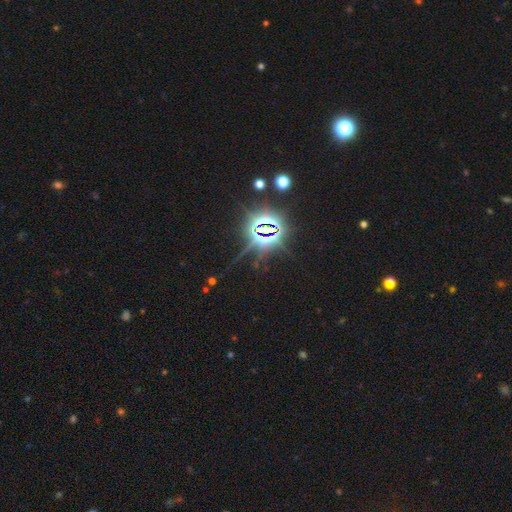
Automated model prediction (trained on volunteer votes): Smooth or featured?
  - star or artifact: 85% *
  - smooth: 8%
  - featured or disk: 6%